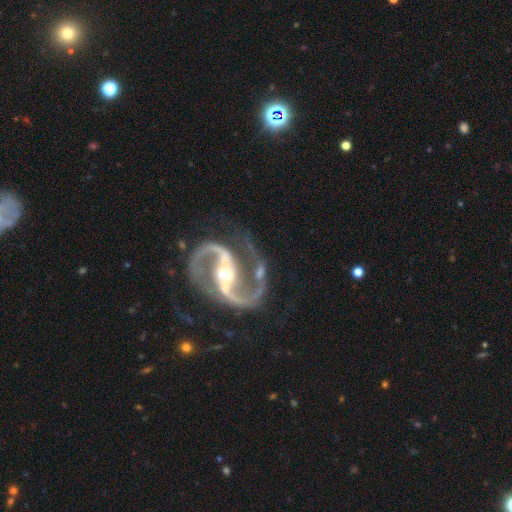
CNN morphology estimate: Smooth or featured? Predicted: featured or disk (p=0.94). Edge-on disk? Predicted: no (p=0.98). Bar? Predicted: strong (p=0.57). Spiral arms? Predicted: yes (p=0.99). Spiral winding? Predicted: medium (p=0.67). Spiral arm count? Predicted: 2 (p=0.95). Bulge size? Predicted: moderate (p=0.53). Merging? Predicted: none (p=0.75).